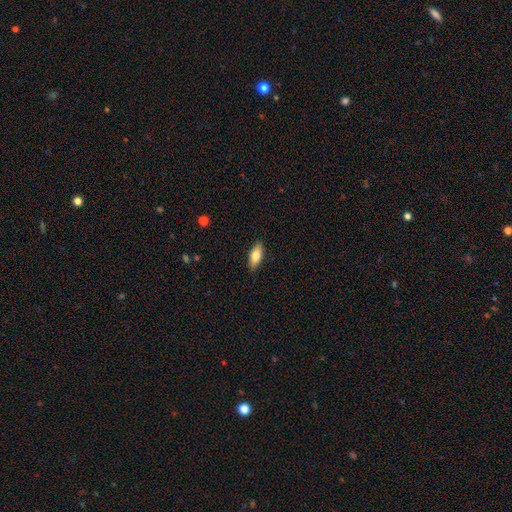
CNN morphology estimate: Smooth or featured?
  - smooth: 76% *
  - featured or disk: 17%
  - star or artifact: 6%
How rounded?
  - in between: 77% *
  - cigar-shaped: 20%
  - round: 2%
Merging?
  - none: 88% *
  - minor disturbance: 9%
  - major disturbance: 2%
  - merger: 1%